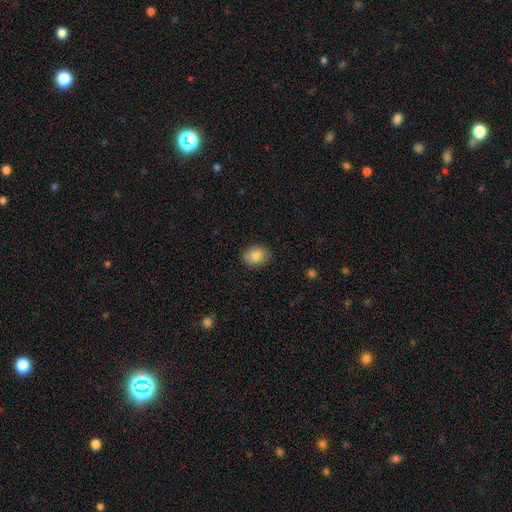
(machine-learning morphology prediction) Smooth or featured? Predicted: smooth (p=0.86). How rounded? Predicted: in between (p=0.64). Merging? Predicted: none (p=0.86).